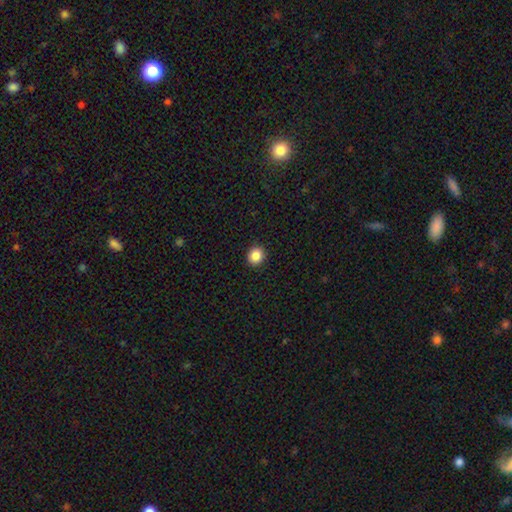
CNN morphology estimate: This appears to be a smooth galaxy with no disk features (86%) that is round (82%). Merging: none (93%).